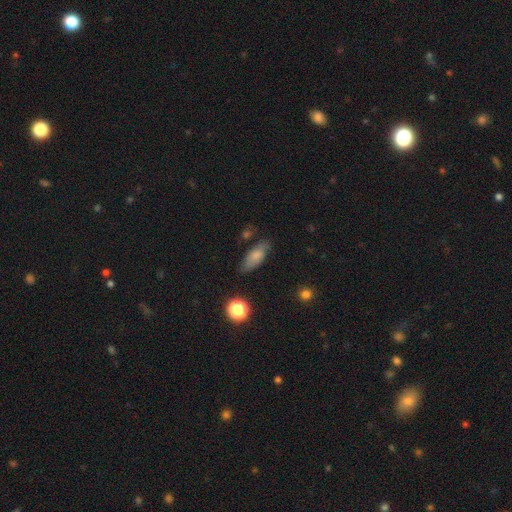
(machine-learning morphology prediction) Smooth or featured? smooth (74%)
How rounded? in between (77%)
Merging? none (72%)